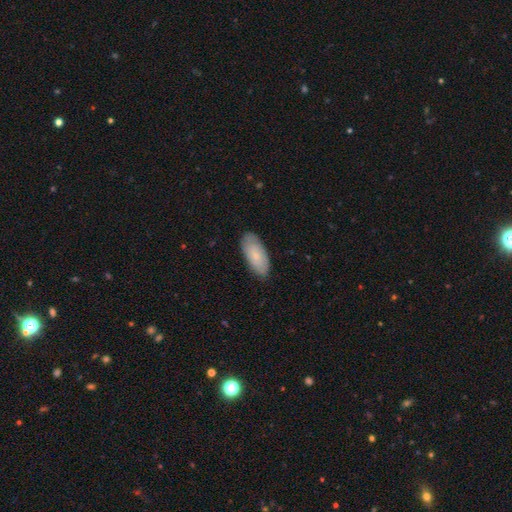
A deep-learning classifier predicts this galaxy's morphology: Q: Smooth or featured?
A: smooth (69%); runner-up: featured or disk (25%)
Q: How rounded?
A: in between (89%); runner-up: cigar-shaped (8%)
Q: Merging?
A: none (83%); runner-up: minor disturbance (13%)